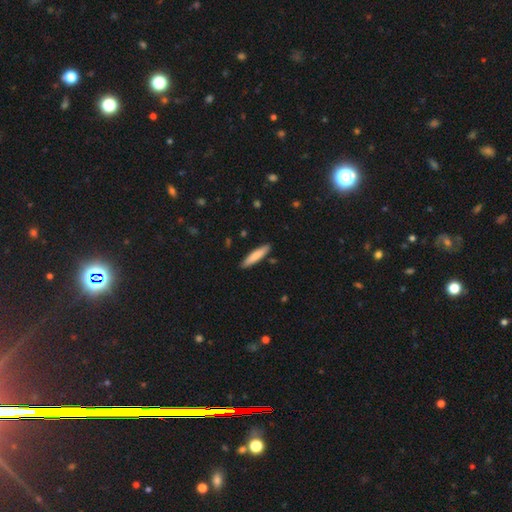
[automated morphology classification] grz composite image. It shows a smooth galaxy with no disk features (79%) that is cigar-shaped (84%). Merging: none (89%).